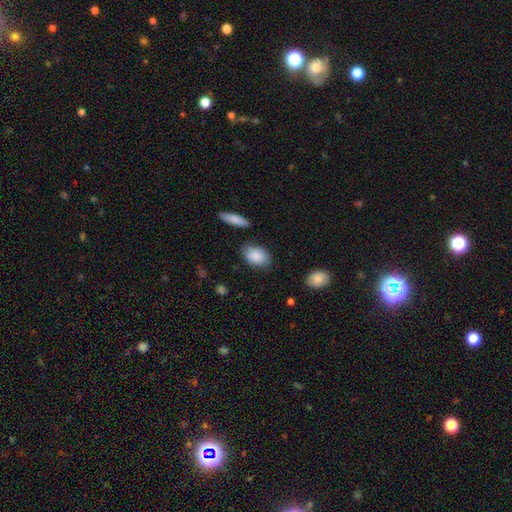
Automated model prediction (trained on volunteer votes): Smooth or featured?
  - smooth: 87% *
  - featured or disk: 7%
  - star or artifact: 6%
How rounded?
  - in between: 88% *
  - round: 11%
  - cigar-shaped: 2%
Merging?
  - none: 79% *
  - minor disturbance: 15%
  - merger: 3%
  - major disturbance: 3%